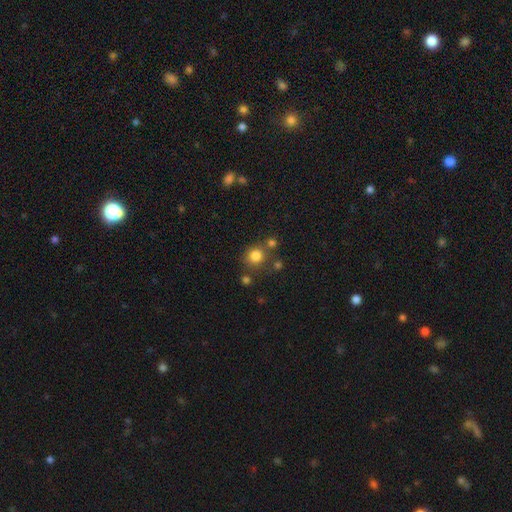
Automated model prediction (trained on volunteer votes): A smooth galaxy with no disk features (79%) that is round (87%).

Vote fractions:
- Smooth or featured? smooth: 79% / star or artifact: 14% / featured or disk: 7%
- How rounded? round: 87% / in between: 12% / cigar-shaped: 1%
- Merging? none: 71% / merger: 14% / minor disturbance: 11% / major disturbance: 4%